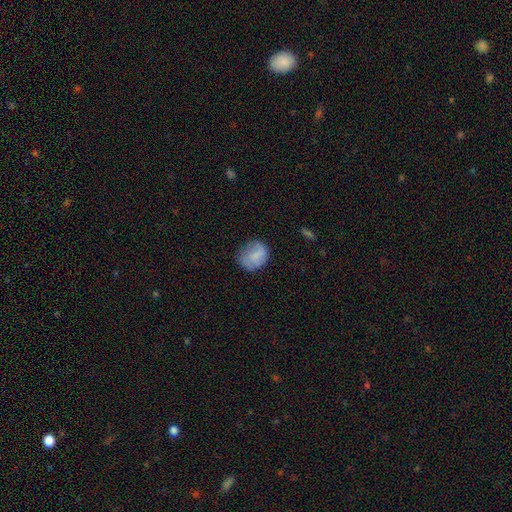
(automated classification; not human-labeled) This appears to be a smooth galaxy with no disk features (75%) that is round (60%). Merging: none (60%).